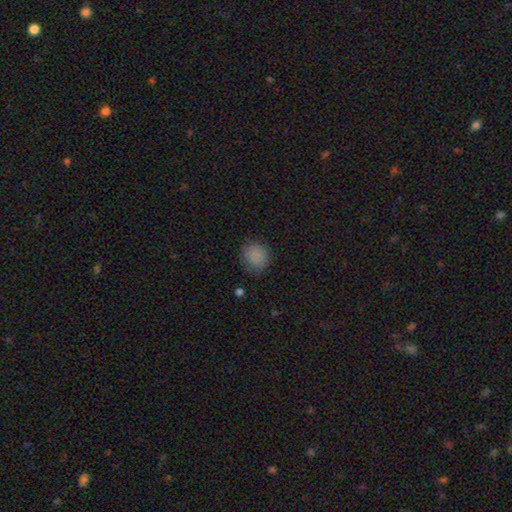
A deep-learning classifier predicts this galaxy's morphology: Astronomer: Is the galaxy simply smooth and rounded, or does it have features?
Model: smooth — 85%.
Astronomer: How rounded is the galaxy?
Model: round — 79%.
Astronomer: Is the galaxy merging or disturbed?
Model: none — 78%.